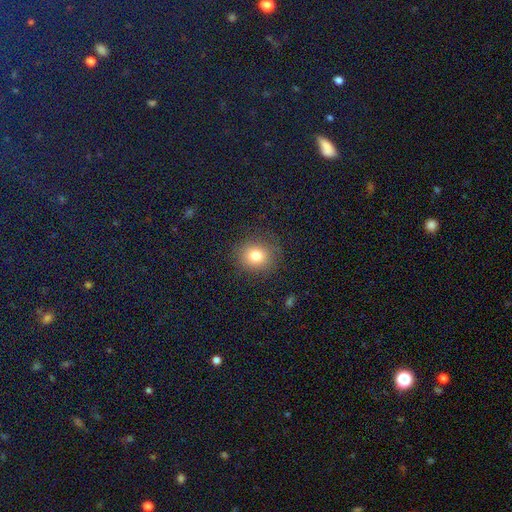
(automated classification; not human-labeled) Overall: smooth (78%). How rounded: round (81%). Merging: none (86%).